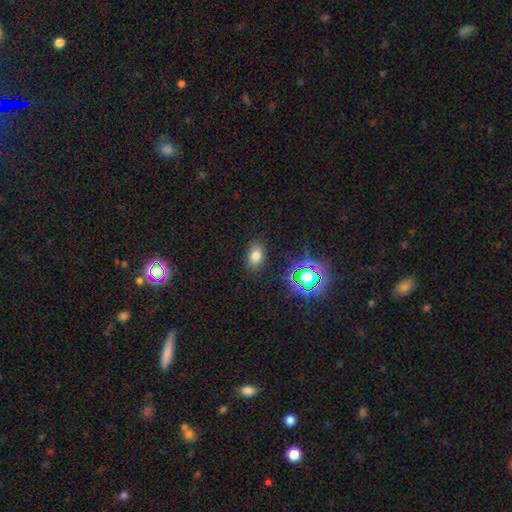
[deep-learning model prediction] Q: Smooth or featured?
A: smooth (75%); runner-up: star or artifact (17%)
Q: How rounded?
A: in between (82%); runner-up: round (17%)
Q: Merging?
A: none (85%); runner-up: minor disturbance (10%)